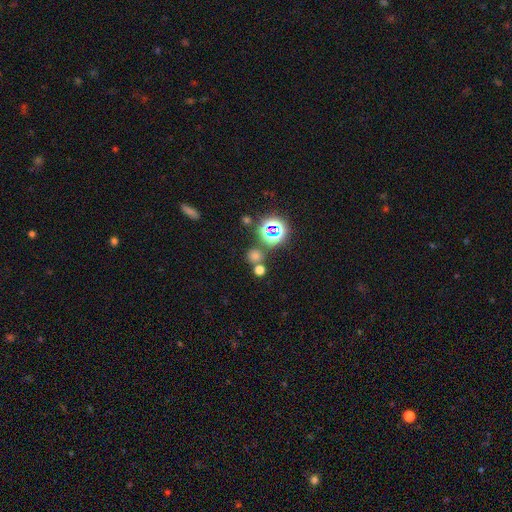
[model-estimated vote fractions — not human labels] Smooth or featured? smooth (54%)
How rounded? round (85%)
Merging? none (67%)